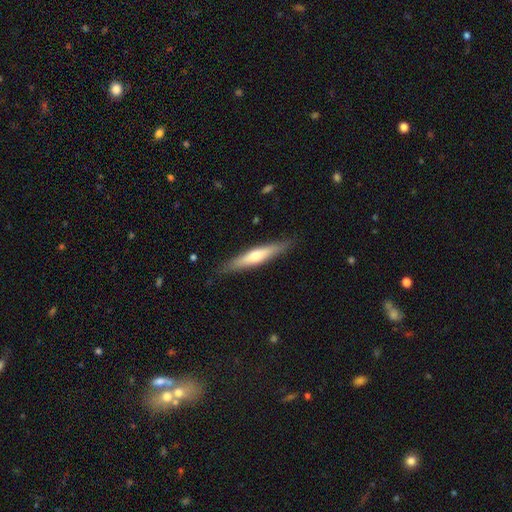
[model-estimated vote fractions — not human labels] A featured or disk galaxy (47%, tied with smooth).

Vote fractions:
- Smooth or featured? featured or disk: 47% (tied) / smooth: 47% (tied) / star or artifact: 5%
- Merging? none: 87% / minor disturbance: 10% / major disturbance: 2% / merger: 1%